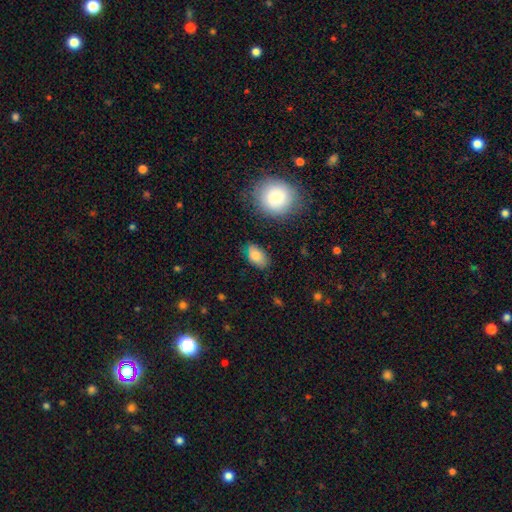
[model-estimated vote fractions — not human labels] This is clearly a smooth galaxy (81%). How rounded: clearly in between (88%). Merging: likely none (76%).